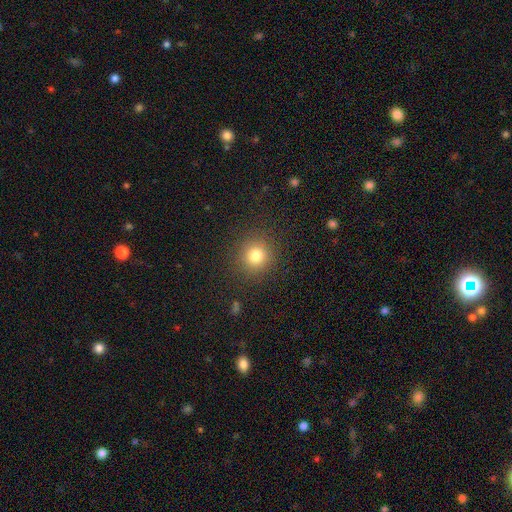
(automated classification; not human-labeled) Morphology: type=smooth (79%); roundness=round (91%); merging=none (89%).